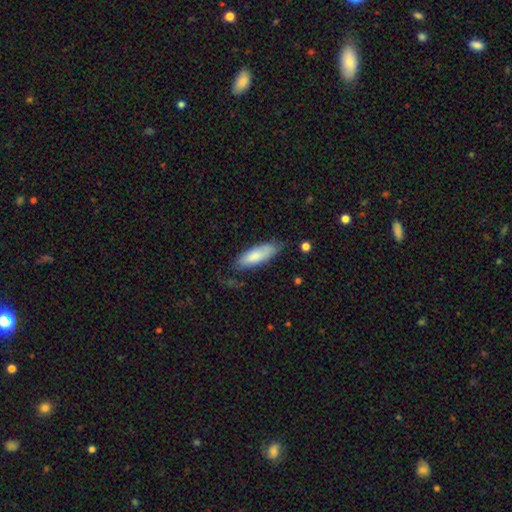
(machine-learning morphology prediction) Smooth or featured: smooth — 80% (featured or disk — 14%)
How rounded: in between — 64% (cigar-shaped — 34%)
Merging: none — 68% (minor disturbance — 24%)